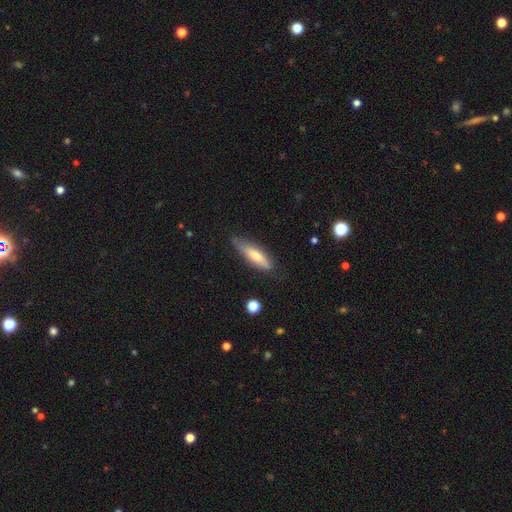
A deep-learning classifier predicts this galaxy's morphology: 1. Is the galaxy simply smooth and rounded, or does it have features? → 65% smooth, 29% featured or disk, 6% star or artifact.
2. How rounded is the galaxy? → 62% cigar-shaped, 36% in between, 2% round.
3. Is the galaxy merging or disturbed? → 73% none, 21% minor disturbance, 4% major disturbance, 2% merger.